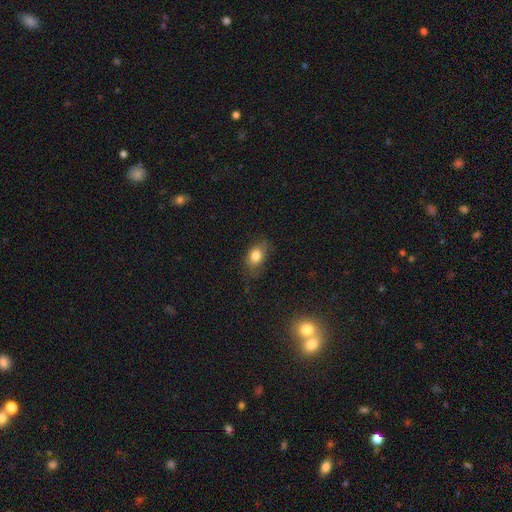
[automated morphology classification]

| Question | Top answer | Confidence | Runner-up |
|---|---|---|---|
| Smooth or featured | smooth | 81% | star or artifact (9%) |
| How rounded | in between | 78% | round (20%) |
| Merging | none | 70% | minor disturbance (22%) |